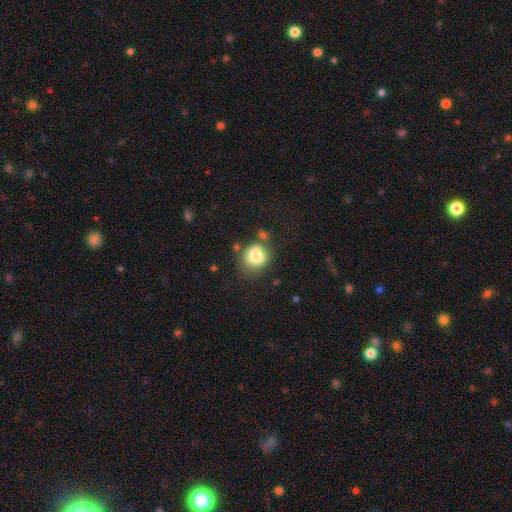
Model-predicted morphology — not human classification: Smooth or featured? Predicted: smooth (p=0.81). How rounded? Predicted: round (p=0.66). Merging? Predicted: none (p=0.56).